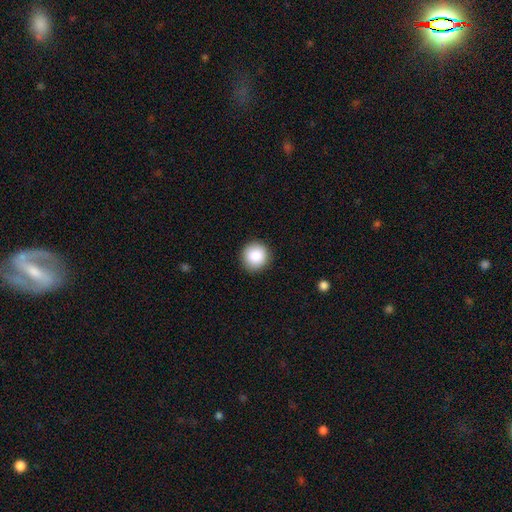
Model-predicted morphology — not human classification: Smooth or featured?
  - smooth: 88% *
  - star or artifact: 8%
  - featured or disk: 4%
How rounded?
  - round: 94% *
  - in between: 5%
  - cigar-shaped: 1%
Merging?
  - none: 91% *
  - minor disturbance: 6%
  - major disturbance: 2%
  - merger: 1%